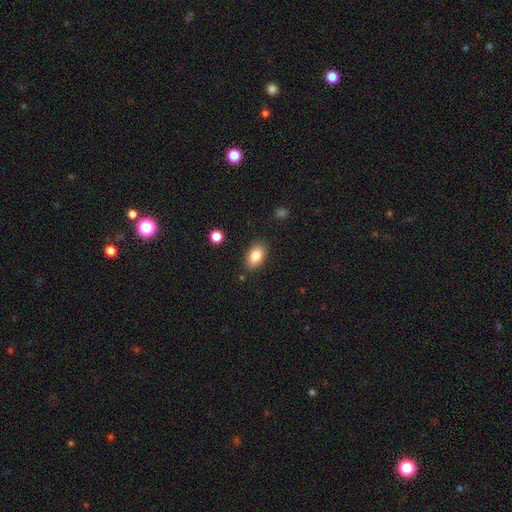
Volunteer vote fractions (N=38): smooth-or-featured: smooth: 89% | featured or disk: 5% | star or artifact: 5%
  how-rounded: in between: 94% | round: 6% | cigar-shaped: 0%
  merging: none: 92% | minor disturbance: 8% | major disturbance: 0% | merger: 0%